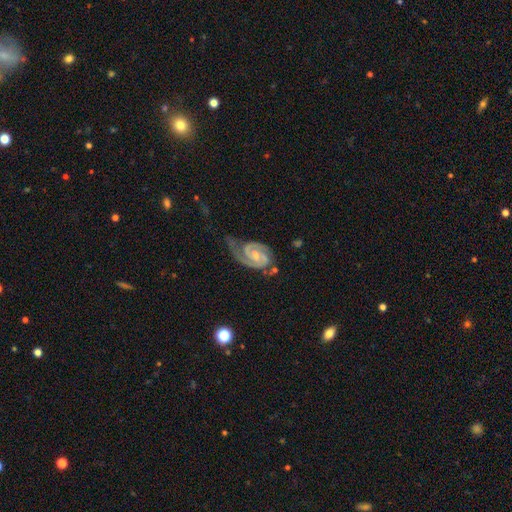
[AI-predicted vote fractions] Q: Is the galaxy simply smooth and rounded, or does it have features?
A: featured or disk — 90%.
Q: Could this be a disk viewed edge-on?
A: no — 98%.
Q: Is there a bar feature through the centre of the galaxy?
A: weak — 47%.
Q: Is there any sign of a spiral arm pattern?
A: yes — 98%.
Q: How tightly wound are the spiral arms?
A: tight — 52%.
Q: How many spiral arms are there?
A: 2 — 85%.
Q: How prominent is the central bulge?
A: small — 47%.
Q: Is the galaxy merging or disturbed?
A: none — 50%.